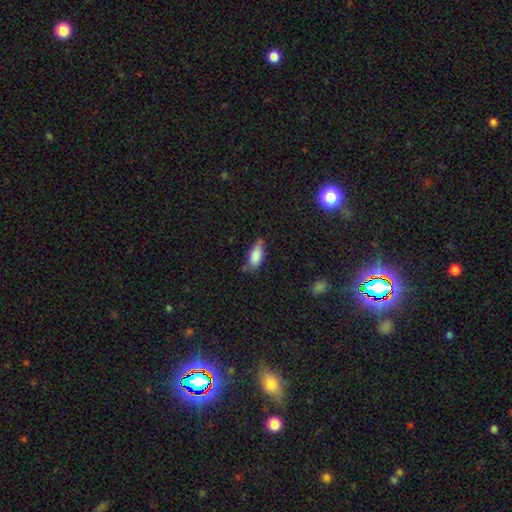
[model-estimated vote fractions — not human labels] Smooth or featured? Predicted: smooth (p=0.82). How rounded? Predicted: in between (p=0.82). Merging? Predicted: none (p=0.54).